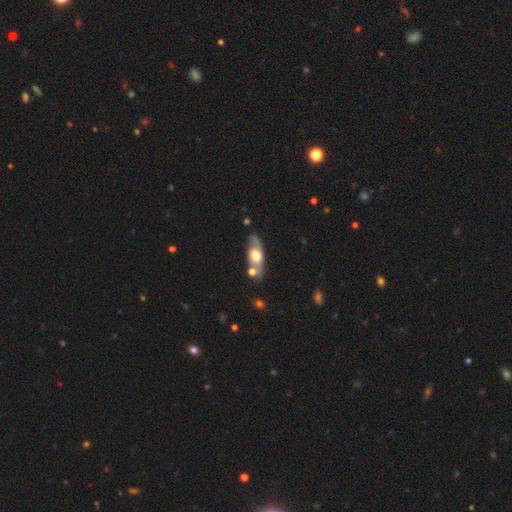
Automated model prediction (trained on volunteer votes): This appears to be a featured or disk galaxy (52%). Merging: none (64%).